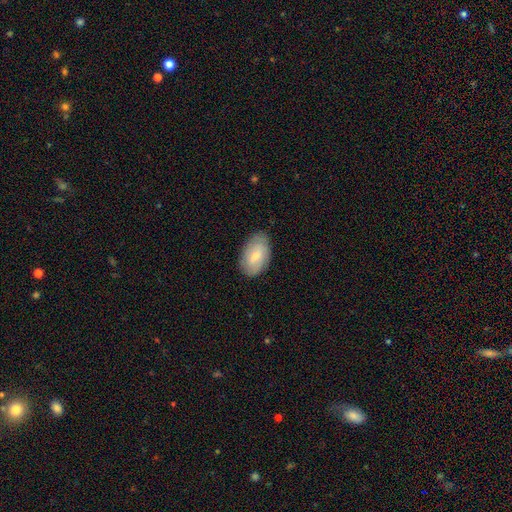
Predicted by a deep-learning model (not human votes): This appears to be a smooth galaxy with no disk features (63%) that is in between round and cigar-shaped (93%). Merging: none (80%).